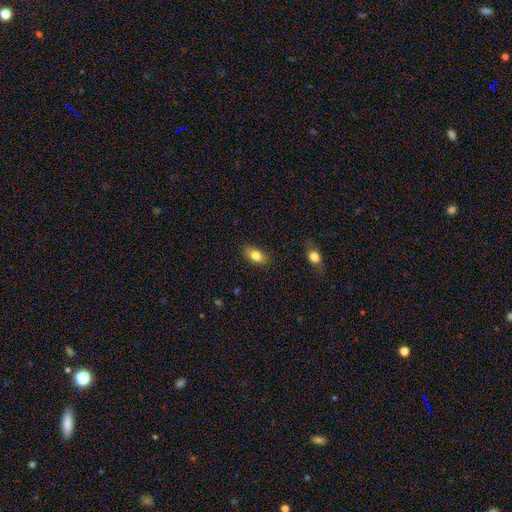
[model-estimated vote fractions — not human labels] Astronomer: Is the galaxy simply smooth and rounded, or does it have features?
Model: smooth — 81%.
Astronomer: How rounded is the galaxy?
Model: in between — 87%.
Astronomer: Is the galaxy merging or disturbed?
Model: none — 84%.